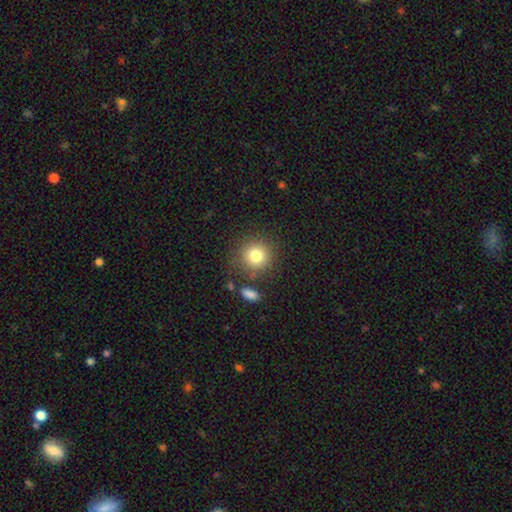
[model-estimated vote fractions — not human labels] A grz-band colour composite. It shows a smooth galaxy with no disk features (81%) that is round (91%). Merging: none (81%).